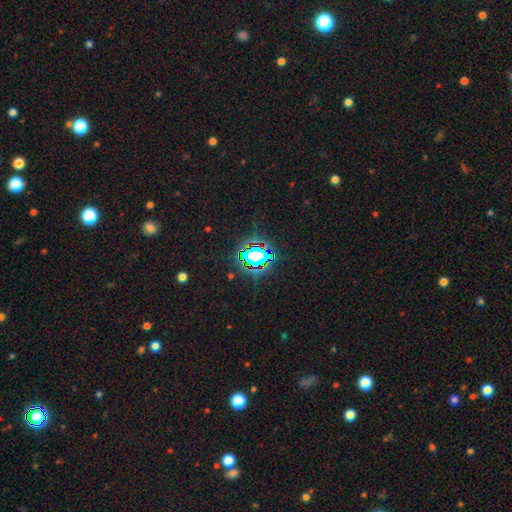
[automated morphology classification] Overall: star or artifact (70%).